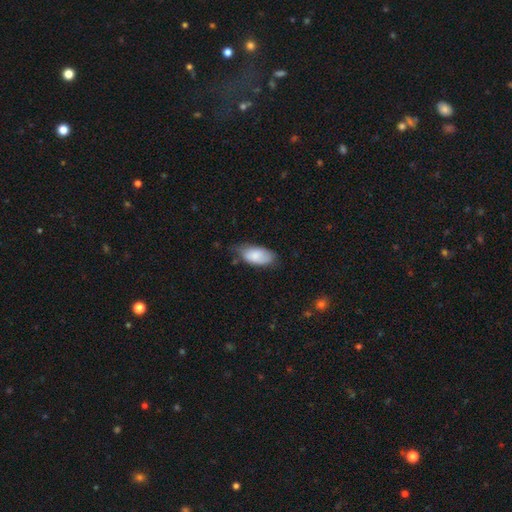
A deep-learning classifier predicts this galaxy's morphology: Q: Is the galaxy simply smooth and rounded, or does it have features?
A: smooth — 83%.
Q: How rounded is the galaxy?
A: in between — 93%.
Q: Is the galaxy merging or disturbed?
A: none — 53%.